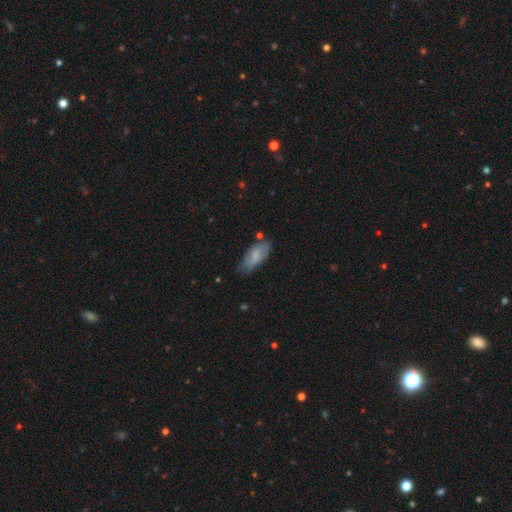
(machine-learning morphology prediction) A smooth galaxy with no disk features (71%) that is in between round and cigar-shaped (82%). Merging: none (65%).